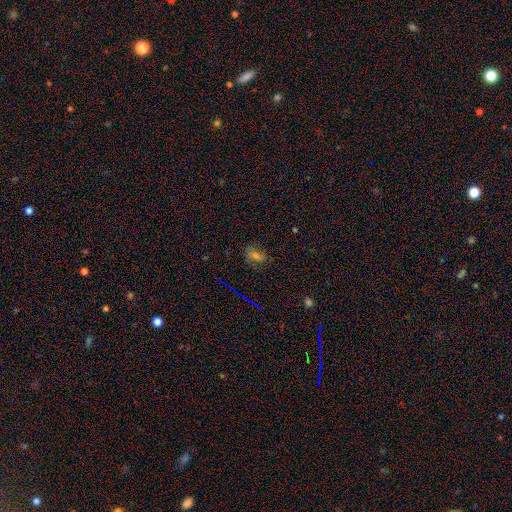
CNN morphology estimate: Overall: smooth (42%; star or artifact 36%). Merging: none (72%).